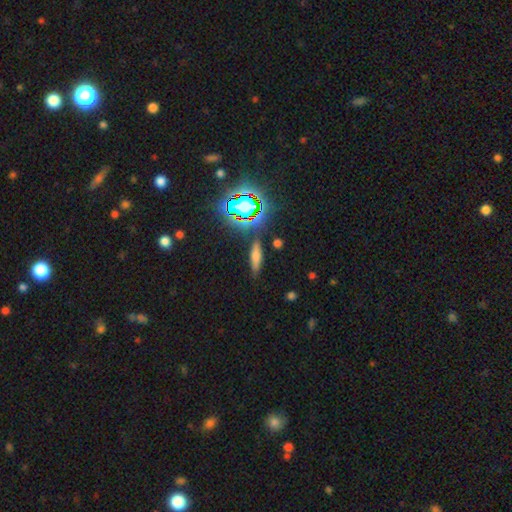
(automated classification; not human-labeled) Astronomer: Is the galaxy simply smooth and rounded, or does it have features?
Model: smooth — 50% (runner-up: featured or disk, 26%).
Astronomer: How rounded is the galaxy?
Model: cigar-shaped — 71%.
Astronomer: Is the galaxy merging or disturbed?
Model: none — 82%.